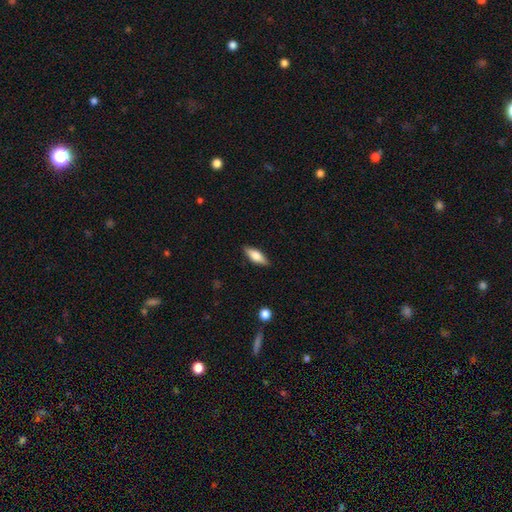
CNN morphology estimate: This is likely a smooth galaxy (67%). How rounded: likely in between (64%). Merging: clearly none (86%).